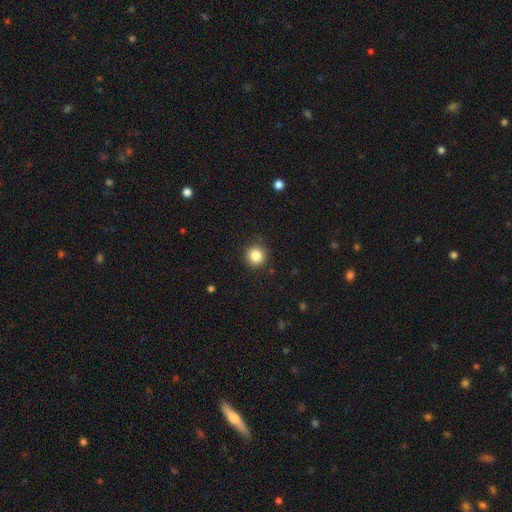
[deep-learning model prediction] Smooth or featured?
  - smooth: 84% *
  - star or artifact: 11%
  - featured or disk: 5%
How rounded?
  - round: 94% *
  - in between: 5%
  - cigar-shaped: 1%
Merging?
  - none: 90% *
  - minor disturbance: 7%
  - major disturbance: 2%
  - merger: 1%